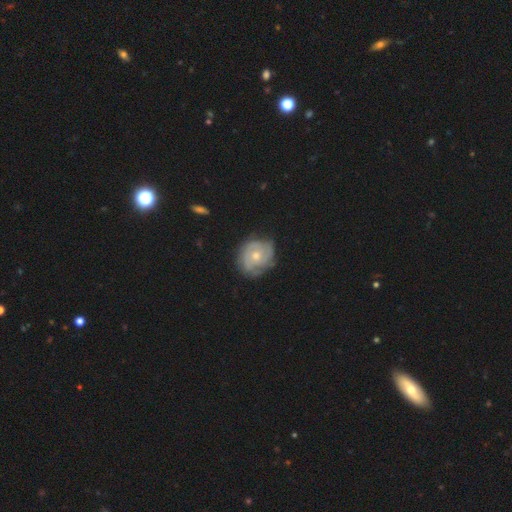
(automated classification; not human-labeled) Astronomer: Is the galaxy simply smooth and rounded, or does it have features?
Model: featured or disk — 72%.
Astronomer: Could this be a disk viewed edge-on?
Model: no — 98%.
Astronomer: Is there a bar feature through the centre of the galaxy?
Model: no — 81%.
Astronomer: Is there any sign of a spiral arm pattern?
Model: yes — 85%.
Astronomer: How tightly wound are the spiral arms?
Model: tight — 65%.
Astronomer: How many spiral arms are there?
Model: can't tell — 39% (runner-up: 2, 24%).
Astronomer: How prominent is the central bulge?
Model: moderate — 57% (runner-up: small, 39%).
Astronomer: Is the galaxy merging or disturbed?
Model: none — 67%.